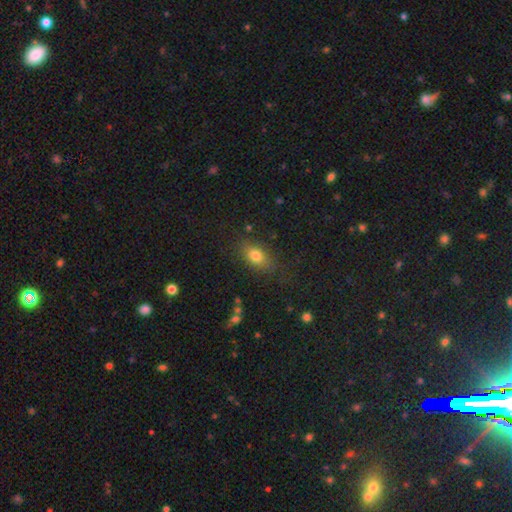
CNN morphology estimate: Q: Smooth or featured?
A: smooth (77%); runner-up: featured or disk (12%)
Q: How rounded?
A: in between (80%); runner-up: round (14%)
Q: Merging?
A: none (80%); runner-up: minor disturbance (14%)